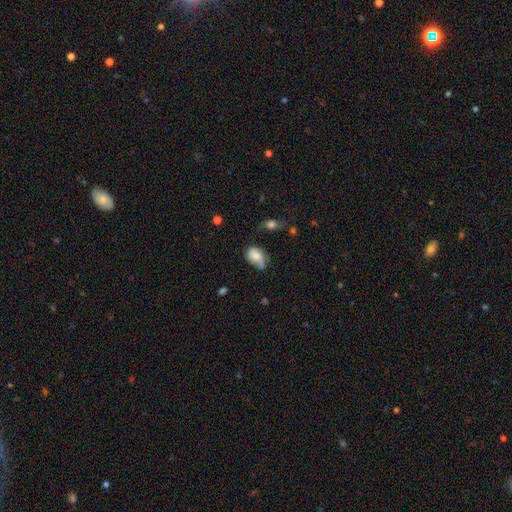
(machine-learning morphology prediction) Overall: smooth (67%). How rounded: in between (82%). Merging: none (40%; minor disturbance 39%).